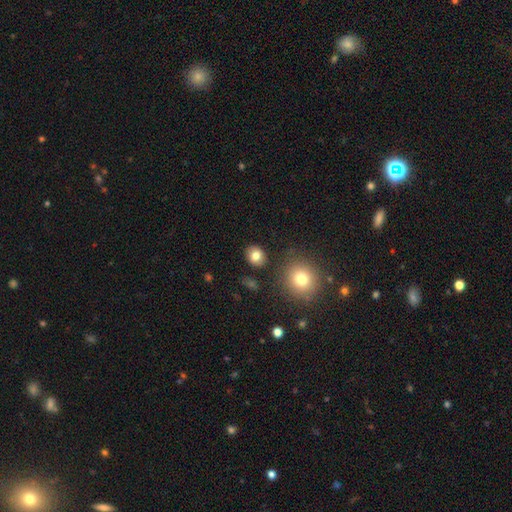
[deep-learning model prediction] A smooth galaxy with no disk features (81%) that is round (62%).

Vote fractions:
- Smooth or featured? smooth: 81% / star or artifact: 10% / featured or disk: 8%
- How rounded? round: 62% / in between: 37% / cigar-shaped: 1%
- Merging? none: 86% / minor disturbance: 8% / merger: 3% / major disturbance: 3%